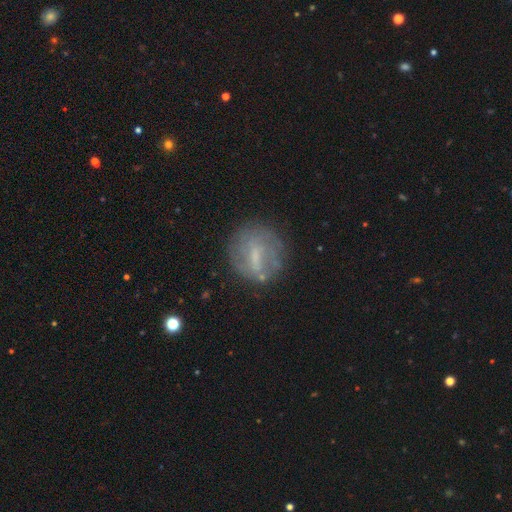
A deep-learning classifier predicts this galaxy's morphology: smooth_or_featured: featured or disk (p=0.51) [alt: smooth p=0.38]
disk_edge_on: no (p=0.93) [alt: yes p=0.07]
merging: none (p=0.71) [alt: minor disturbance p=0.17]